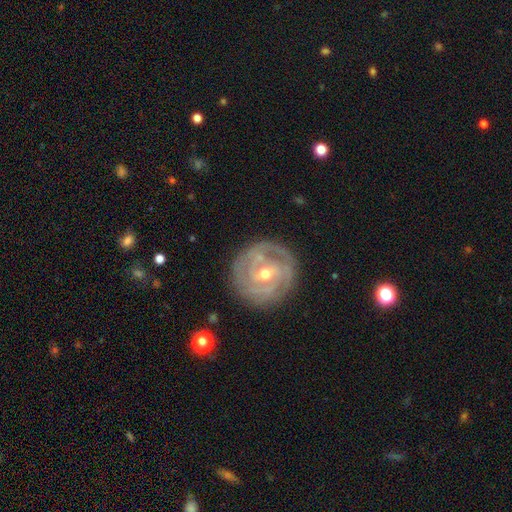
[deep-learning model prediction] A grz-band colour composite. It shows a featured or disk galaxy (86%) with a weak bar (43%), 3 (28%) tight (76%) spiral arms (93%) and a moderate central bulge (59%). Merging: none (82%).